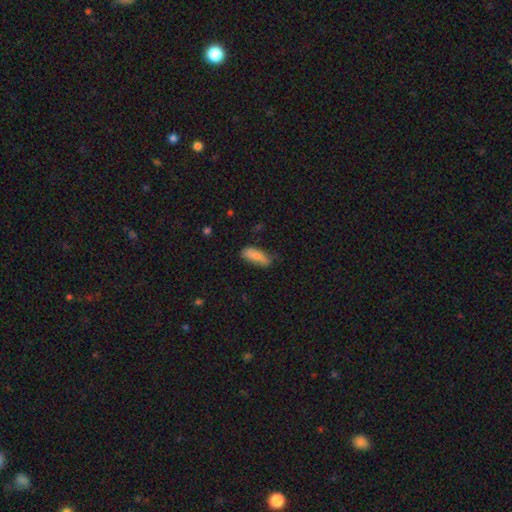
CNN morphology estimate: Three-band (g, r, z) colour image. It shows a smooth galaxy with no disk features (83%) that is in between round and cigar-shaped (71%). Merging: none (59%).